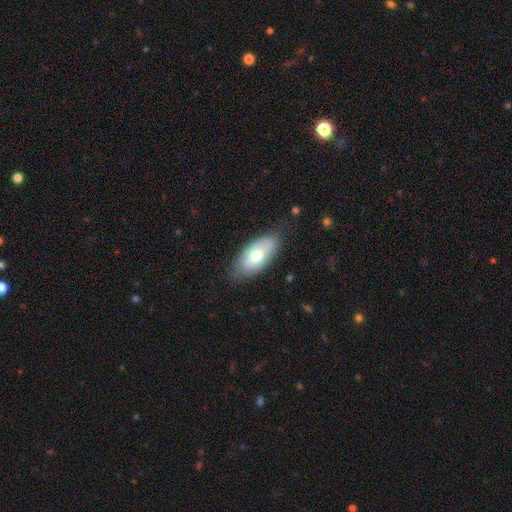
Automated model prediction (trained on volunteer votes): smooth-or-featured: smooth: 62% | featured or disk: 31% | star or artifact: 7%
  how-rounded: in between: 90% | cigar-shaped: 6% | round: 4%
  merging: none: 76% | minor disturbance: 18% | major disturbance: 4% | merger: 1%